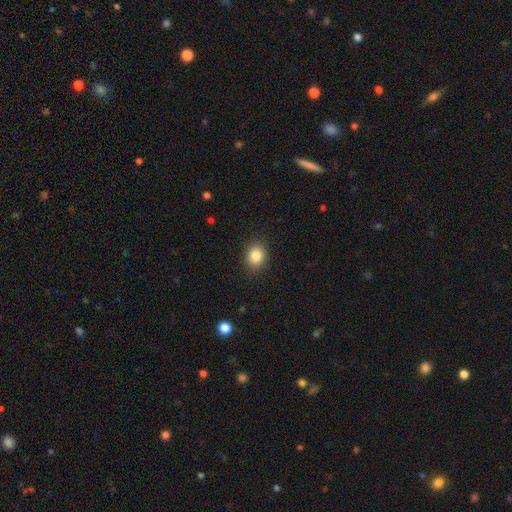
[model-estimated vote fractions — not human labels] This appears to be a smooth galaxy with no disk features (84%) that is round (58%). Merging: none (88%).